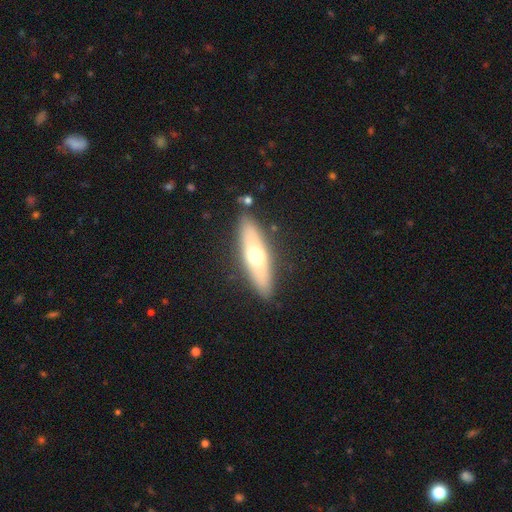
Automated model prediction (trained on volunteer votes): Smooth or featured?
  - smooth: 50% *
  - featured or disk: 44%
  - star or artifact: 6%
Merging?
  - none: 86% *
  - minor disturbance: 9%
  - major disturbance: 2%
  - merger: 2%